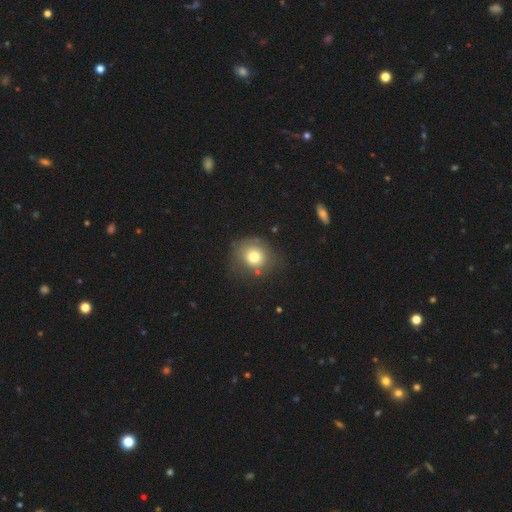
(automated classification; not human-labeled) A smooth galaxy with no disk features (62%) that is round (86%).

Vote fractions:
- Smooth or featured? smooth: 62% / star or artifact: 25% / featured or disk: 13%
- How rounded? round: 86% / in between: 13% / cigar-shaped: 1%
- Merging? none: 88% / minor disturbance: 7% / major disturbance: 3% / merger: 2%